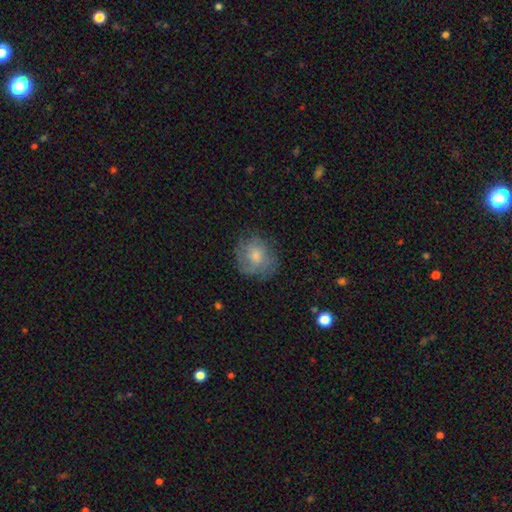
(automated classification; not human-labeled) smooth 52%, featured or disk 37%, star or artifact 11%. Down the decision tree: how rounded — round (78%); merging — none (71%).